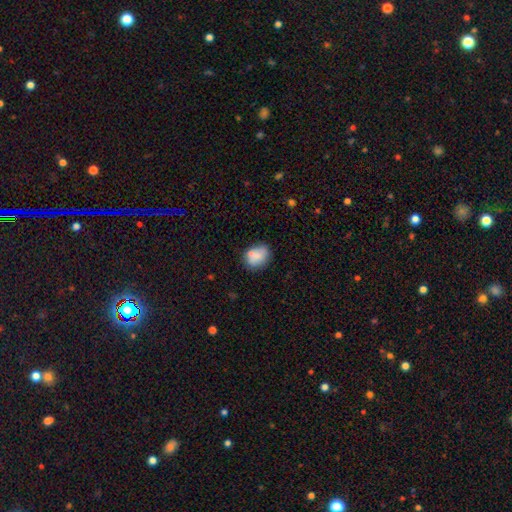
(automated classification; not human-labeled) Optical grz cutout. It shows a smooth galaxy with no disk features (75%) that is in between round and cigar-shaped (56%). Merging: none (57%).